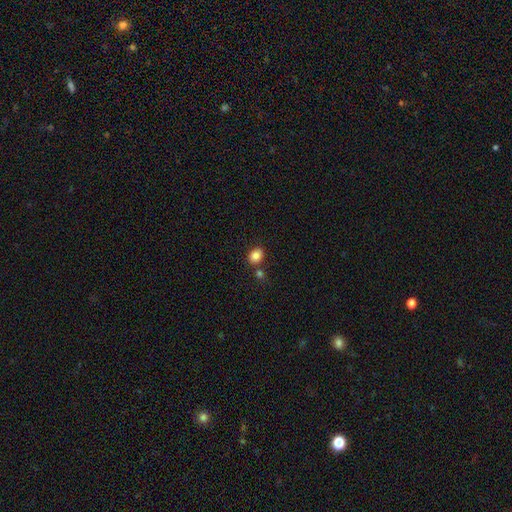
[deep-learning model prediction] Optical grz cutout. It shows a smooth galaxy with no disk features (85%) that is round (50%). Merging: none (74%).